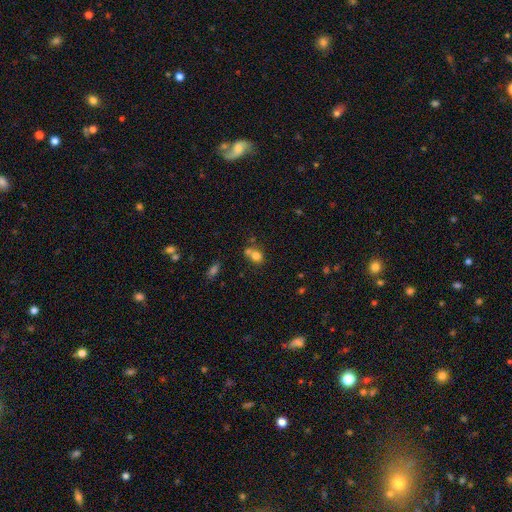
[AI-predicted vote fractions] Smooth or featured? smooth (75%)
How rounded? round (65%)
Merging? none (42%)